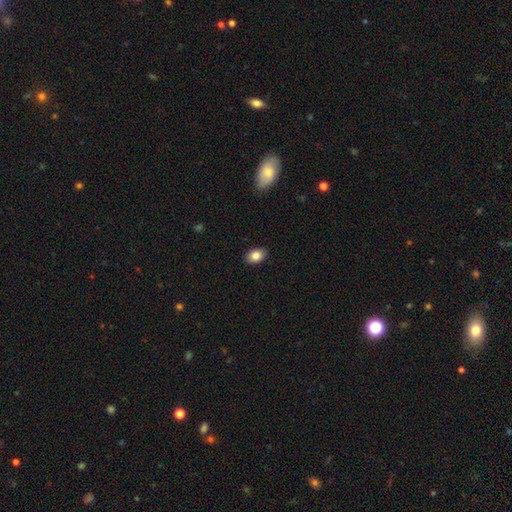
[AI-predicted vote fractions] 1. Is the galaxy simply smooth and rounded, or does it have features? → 84% smooth, 8% star or artifact, 8% featured or disk.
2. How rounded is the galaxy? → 83% in between, 16% round, 1% cigar-shaped.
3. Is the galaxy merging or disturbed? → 89% none, 8% minor disturbance, 2% major disturbance, 1% merger.